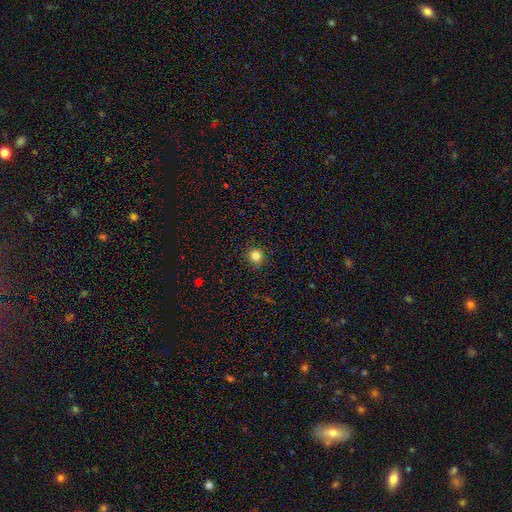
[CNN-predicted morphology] This is clearly a smooth galaxy (81%). How rounded: clearly round (92%). Merging: clearly none (90%).